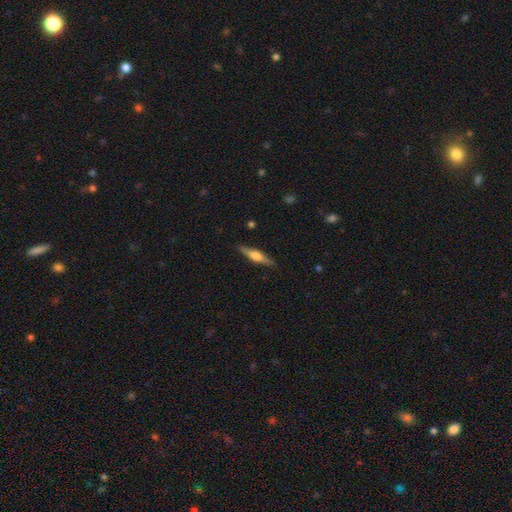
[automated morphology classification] Smooth or featured?
  - featured or disk: 60% *
  - smooth: 34%
  - star or artifact: 6%
Edge-on disk?
  - yes: 97% *
  - no: 3%
Edge-on bulge?
  - rounded: 86% *
  - boxy: 10%
  - none: 4%
Merging?
  - none: 89% *
  - minor disturbance: 8%
  - major disturbance: 2%
  - merger: 1%